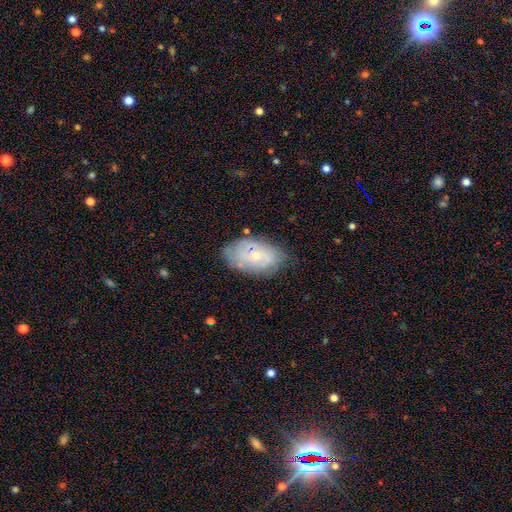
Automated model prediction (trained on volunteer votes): This appears to be a featured or disk galaxy (54%) with no bar (80%), spiral arms (58%) and a small central bulge (63%). Merging: none (70%).